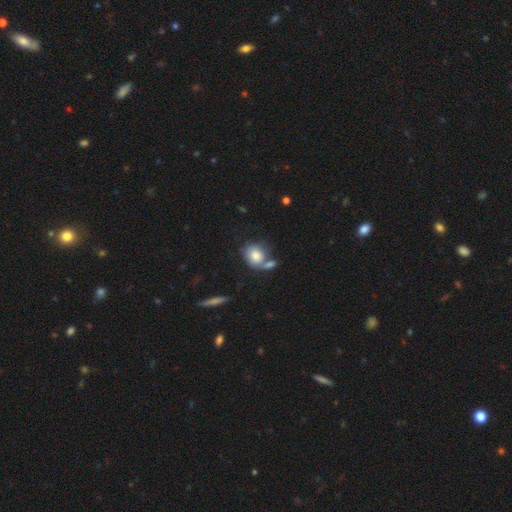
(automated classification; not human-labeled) The model was most divided on "merging": none: 42%, merger: 36%, minor disturbance: 15%, major disturbance: 7%. More confident: smooth or featured — smooth (79%); how rounded — round (59%).